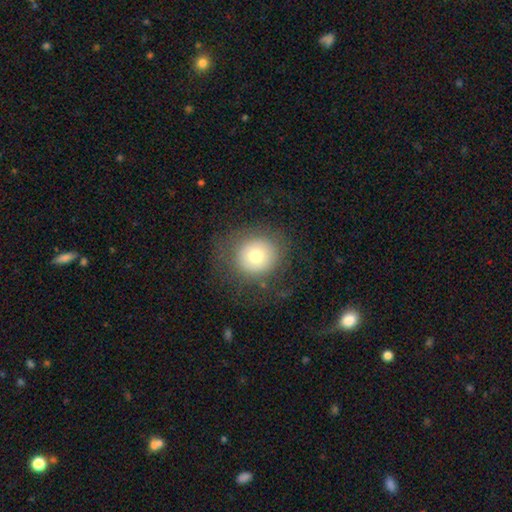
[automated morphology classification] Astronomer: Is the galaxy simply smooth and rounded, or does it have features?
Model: smooth — 70%.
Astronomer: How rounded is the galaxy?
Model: round — 88%.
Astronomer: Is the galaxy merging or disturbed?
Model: none — 76%.